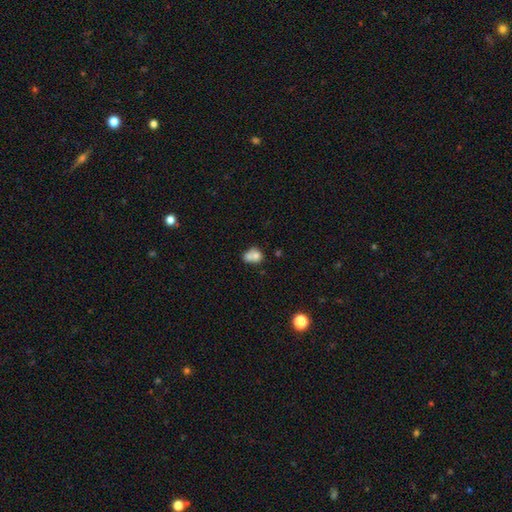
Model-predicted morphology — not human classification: smooth-or-featured: smooth: 69% | featured or disk: 20% | star or artifact: 11%
  how-rounded: round: 56% | in between: 43% | cigar-shaped: 1%
  merging: merger: 57% | none: 27% | minor disturbance: 10% | major disturbance: 6%